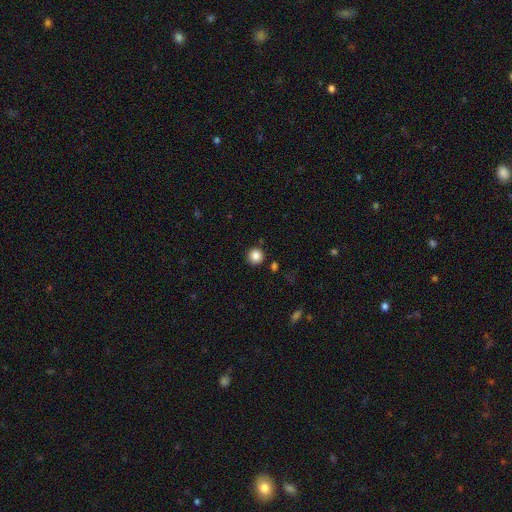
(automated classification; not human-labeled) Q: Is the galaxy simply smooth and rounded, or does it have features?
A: smooth — 86%.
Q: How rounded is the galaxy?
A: round — 94%.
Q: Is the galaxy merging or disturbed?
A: none — 89%.